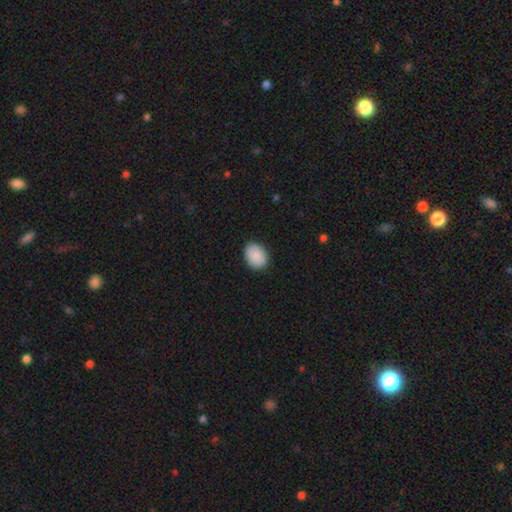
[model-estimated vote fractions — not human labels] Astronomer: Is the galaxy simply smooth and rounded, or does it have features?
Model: smooth — 87%.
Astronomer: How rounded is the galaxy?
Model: in between — 61% (runner-up: round, 38%).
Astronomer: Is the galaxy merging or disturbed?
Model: none — 87%.